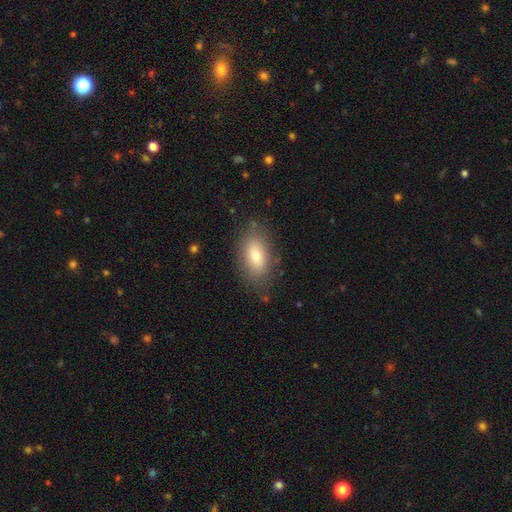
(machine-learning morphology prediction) This appears to be a smooth galaxy with no disk features (75%) that is in between round and cigar-shaped (89%). Merging: none (82%).